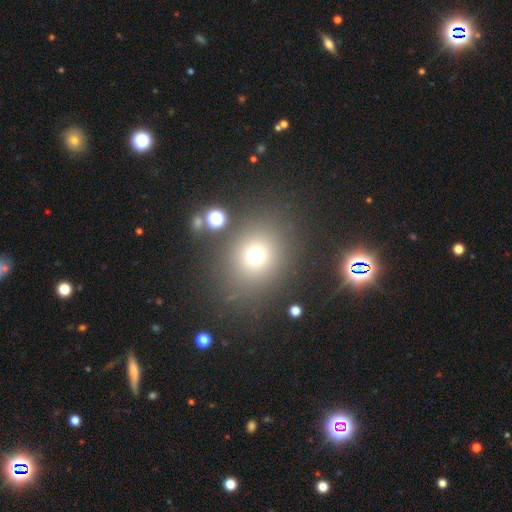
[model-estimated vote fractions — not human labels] smooth 69%, star or artifact 20%, featured or disk 11%. Down the decision tree: how rounded — round (74%); merging — none (79%).